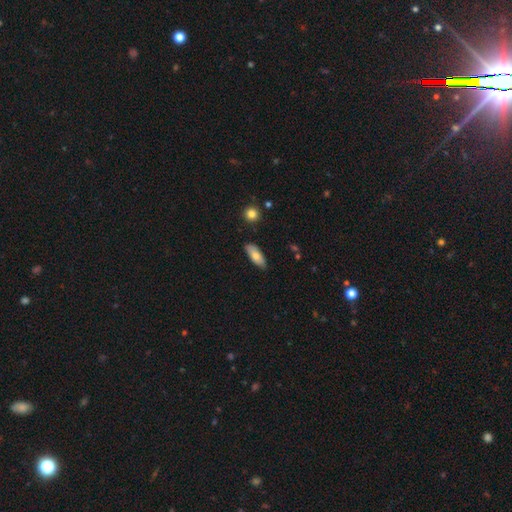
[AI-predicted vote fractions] A smooth galaxy with no disk features (71%) that is in between round and cigar-shaped (77%). Merging: none (82%).